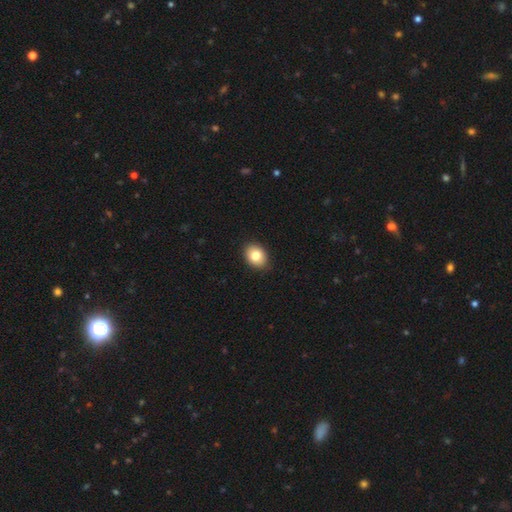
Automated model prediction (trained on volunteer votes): Smooth or featured?
  - smooth: 82% *
  - featured or disk: 10%
  - star or artifact: 8%
How rounded?
  - in between: 62% *
  - round: 37%
  - cigar-shaped: 1%
Merging?
  - none: 89% *
  - minor disturbance: 8%
  - major disturbance: 2%
  - merger: 1%